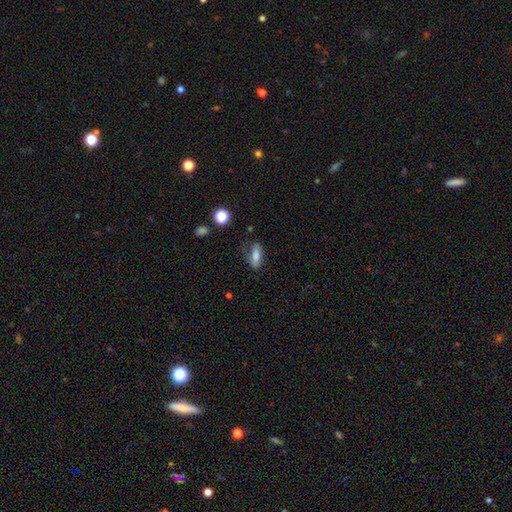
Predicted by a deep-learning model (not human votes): Overall: smooth (72%). How rounded: in between (76%). Merging: none (53%; minor disturbance 28%).